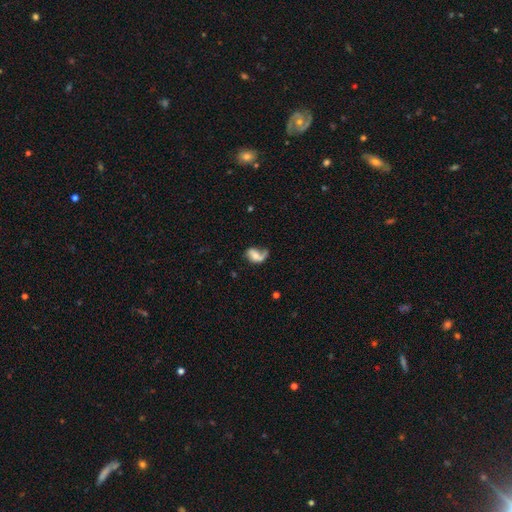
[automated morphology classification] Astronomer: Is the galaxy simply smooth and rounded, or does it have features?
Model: featured or disk — 56% (runner-up: smooth, 35%).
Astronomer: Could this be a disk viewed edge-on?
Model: no — 97%.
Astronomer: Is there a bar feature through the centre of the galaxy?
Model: no — 65%.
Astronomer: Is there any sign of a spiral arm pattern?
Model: yes — 79%.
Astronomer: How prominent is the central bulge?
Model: small — 39% (runner-up: moderate, 36%).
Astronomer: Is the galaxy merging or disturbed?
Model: major disturbance — 36% (runner-up: none, 33%).